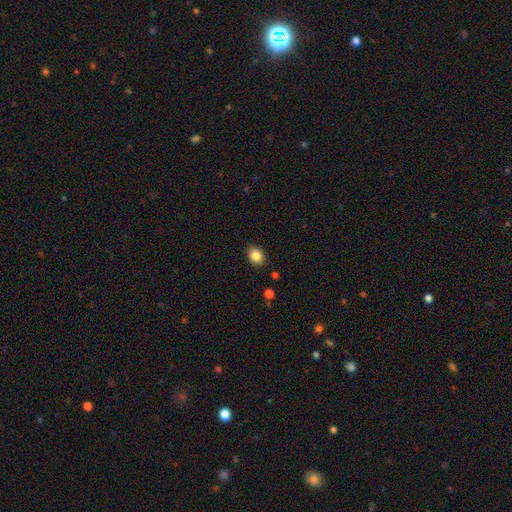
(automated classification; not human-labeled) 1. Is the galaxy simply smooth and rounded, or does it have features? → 85% smooth, 9% star or artifact, 6% featured or disk.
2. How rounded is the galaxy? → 62% in between, 37% round, 1% cigar-shaped.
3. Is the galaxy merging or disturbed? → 85% none, 11% minor disturbance, 2% major disturbance, 1% merger.